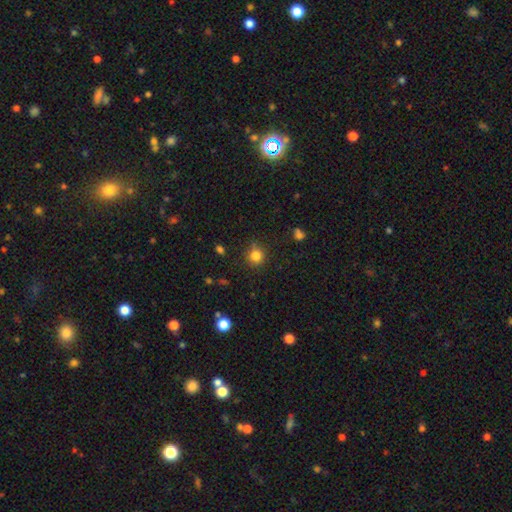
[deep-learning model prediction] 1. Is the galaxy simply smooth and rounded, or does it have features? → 82% smooth, 13% star or artifact, 5% featured or disk.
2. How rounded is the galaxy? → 88% round, 11% in between, 1% cigar-shaped.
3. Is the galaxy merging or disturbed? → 79% none, 15% minor disturbance, 4% major disturbance, 3% merger.